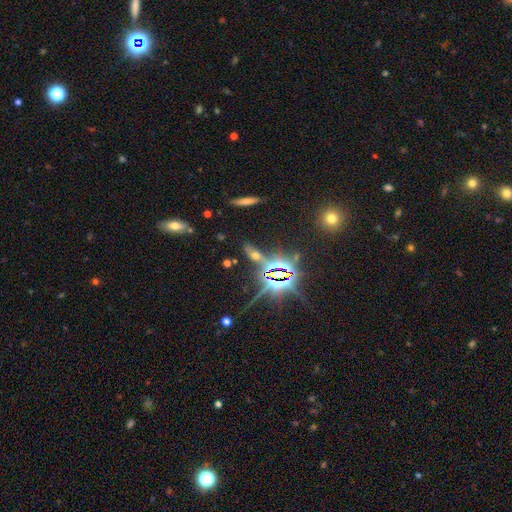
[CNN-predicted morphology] This appears to be a star or artifact, not a galaxy (53%).